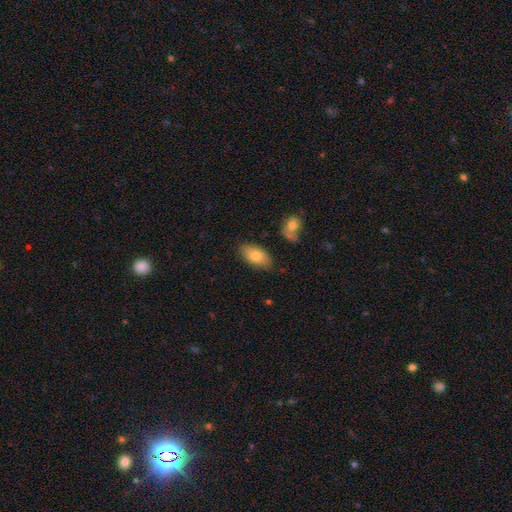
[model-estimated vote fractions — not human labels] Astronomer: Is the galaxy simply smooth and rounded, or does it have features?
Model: smooth — 78%.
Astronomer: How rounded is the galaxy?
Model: in between — 93%.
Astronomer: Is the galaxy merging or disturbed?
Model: none — 80%.